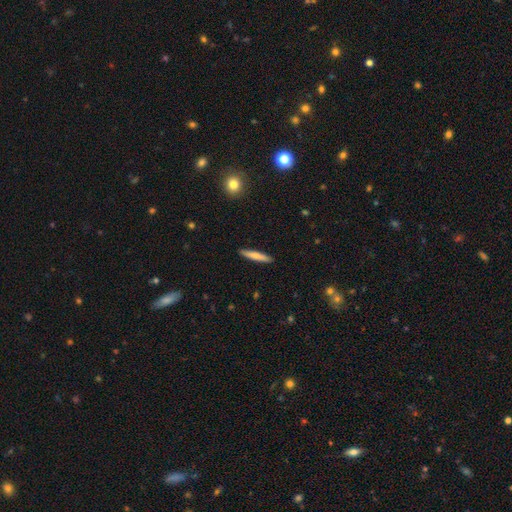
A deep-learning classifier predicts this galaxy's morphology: smooth 72%, featured or disk 22%, star or artifact 6%. Down the decision tree: how rounded — cigar-shaped (92%); merging — none (91%).